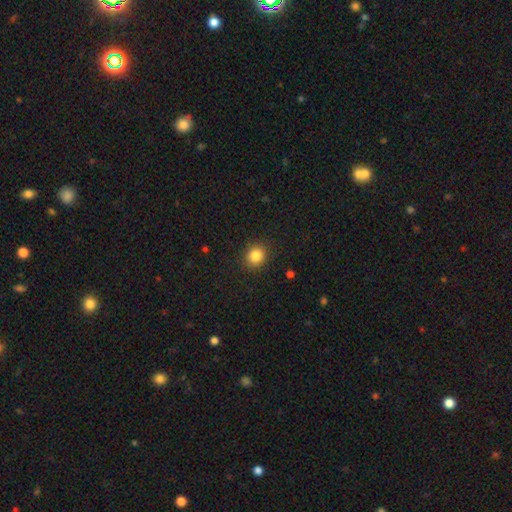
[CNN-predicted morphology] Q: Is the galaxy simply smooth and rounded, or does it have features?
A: smooth — 84%.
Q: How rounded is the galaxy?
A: round — 75%.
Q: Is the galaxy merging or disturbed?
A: none — 90%.